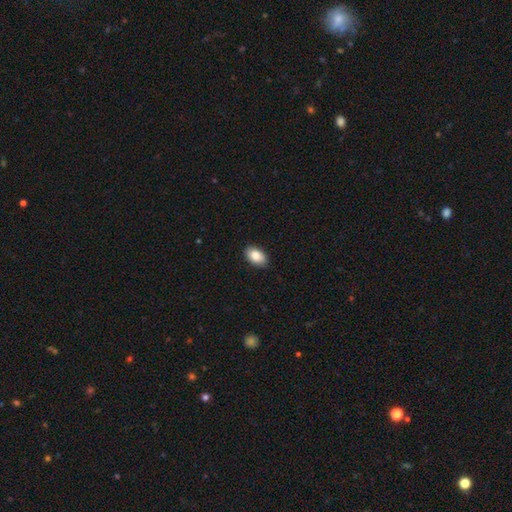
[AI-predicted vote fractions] Smooth or featured: smooth — 87% (star or artifact — 7%)
How rounded: in between — 93% (round — 6%)
Merging: none — 88% (minor disturbance — 10%)